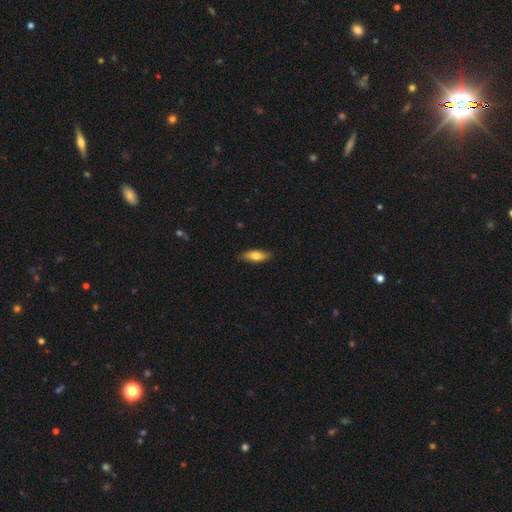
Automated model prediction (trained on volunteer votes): Smooth or featured: smooth — 74% (featured or disk — 19%)
How rounded: in between — 67% (cigar-shaped — 31%)
Merging: none — 85% (minor disturbance — 12%)